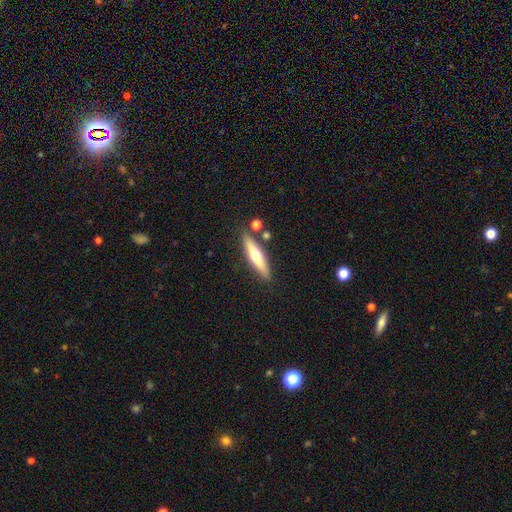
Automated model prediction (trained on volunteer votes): This appears to be a featured or disk galaxy (48%). Merging: none (82%).